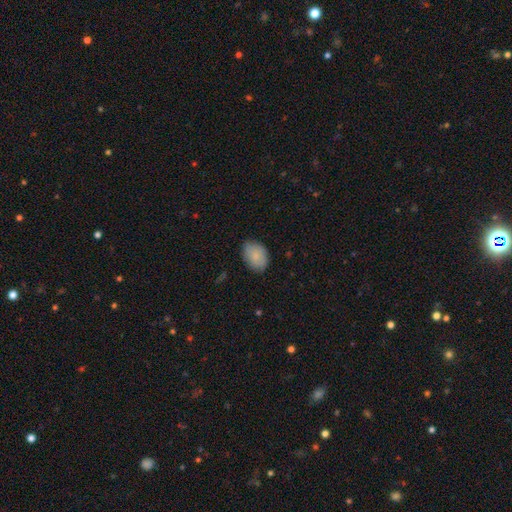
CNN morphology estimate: smooth 85%, featured or disk 9%, star or artifact 6%. Down the decision tree: how rounded — in between (78%); merging — none (80%).